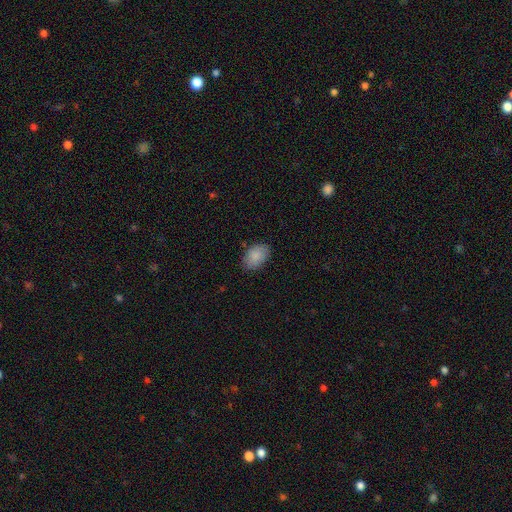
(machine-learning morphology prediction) A smooth galaxy with no disk features (87%) that is in between round and cigar-shaped (86%). Merging: none (82%).